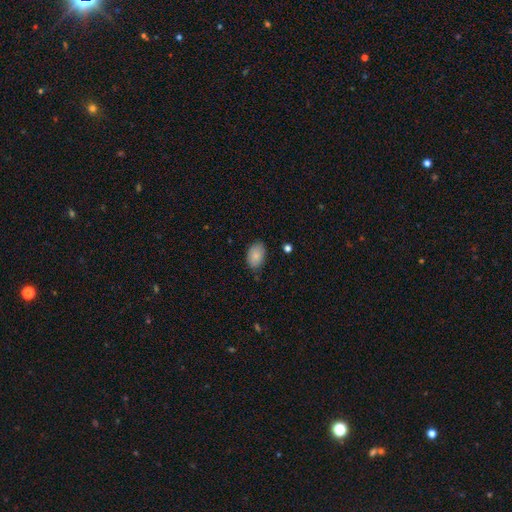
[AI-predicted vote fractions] Smooth or featured?
  - smooth: 85% *
  - star or artifact: 7%
  - featured or disk: 7%
How rounded?
  - in between: 88% *
  - round: 10%
  - cigar-shaped: 1%
Merging?
  - none: 79% *
  - minor disturbance: 16%
  - major disturbance: 3%
  - merger: 2%